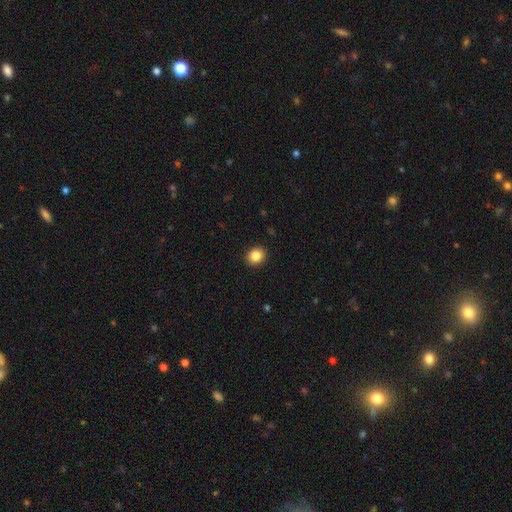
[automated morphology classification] Overall: smooth (86%). How rounded: round (67%; in between 32%). Merging: none (92%).